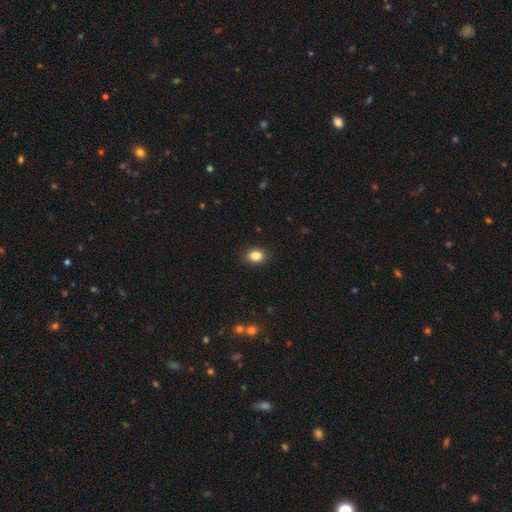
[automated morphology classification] Smooth or featured? smooth (86%)
How rounded? in between (58%)
Merging? none (90%)